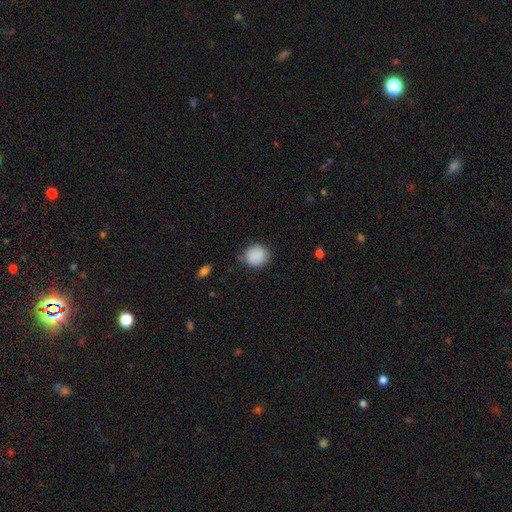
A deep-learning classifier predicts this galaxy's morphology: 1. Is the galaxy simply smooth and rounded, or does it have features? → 89% smooth, 8% star or artifact, 4% featured or disk.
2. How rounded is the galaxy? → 82% round, 17% in between, 1% cigar-shaped.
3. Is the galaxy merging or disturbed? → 77% none, 17% minor disturbance, 4% major disturbance, 2% merger.